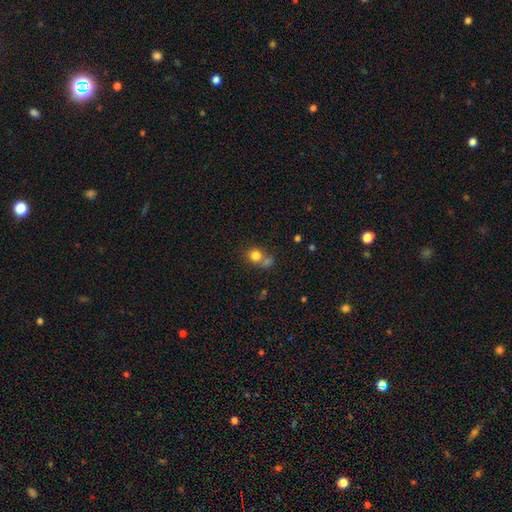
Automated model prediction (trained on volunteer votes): Q: Smooth or featured?
A: smooth (79%); runner-up: star or artifact (12%)
Q: How rounded?
A: round (77%); runner-up: in between (21%)
Q: Merging?
A: none (46%); runner-up: merger (37%)